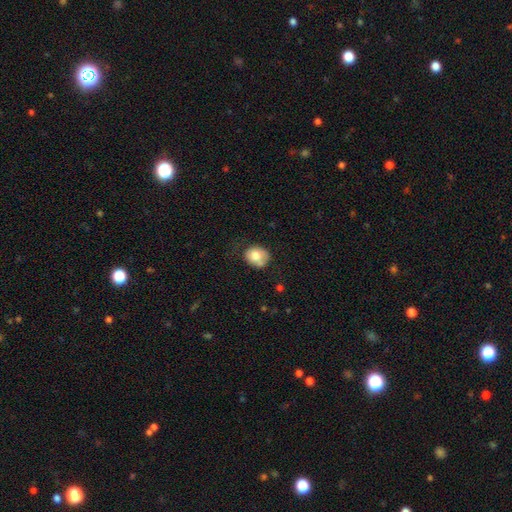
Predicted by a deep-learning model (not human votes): smooth-or-featured: smooth: 77% | featured or disk: 15% | star or artifact: 8%
  how-rounded: round: 58% | in between: 41% | cigar-shaped: 1%
  merging: none: 50% | minor disturbance: 32% | major disturbance: 13% | merger: 5%